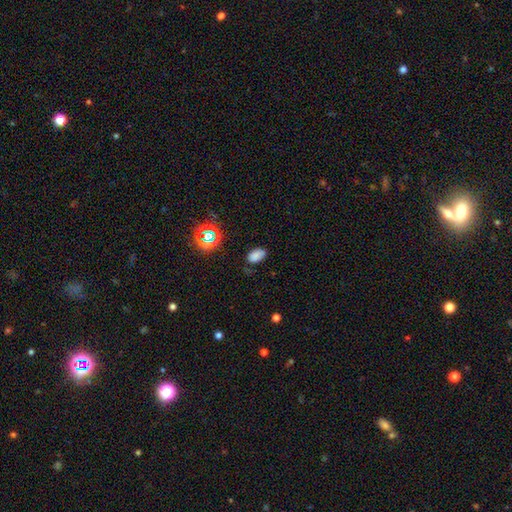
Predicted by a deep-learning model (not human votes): smooth_or_featured: smooth (p=0.72) [alt: star or artifact p=0.19]
how_rounded: in between (p=0.91) [alt: round p=0.08]
merging: none (p=0.69) [alt: minor disturbance p=0.22]